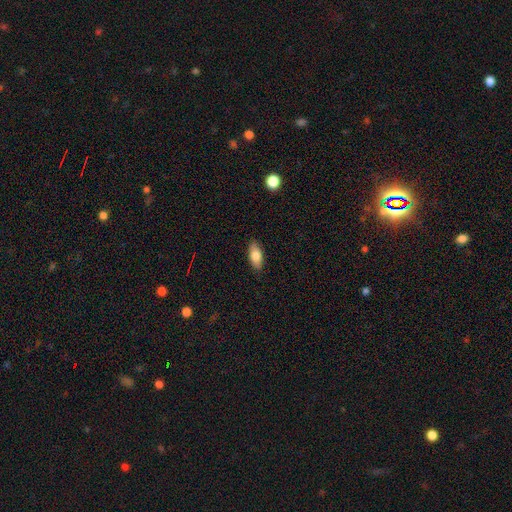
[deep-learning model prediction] Q: Smooth or featured?
A: smooth (79%); runner-up: featured or disk (15%)
Q: How rounded?
A: in between (84%); runner-up: cigar-shaped (14%)
Q: Merging?
A: none (88%); runner-up: minor disturbance (9%)